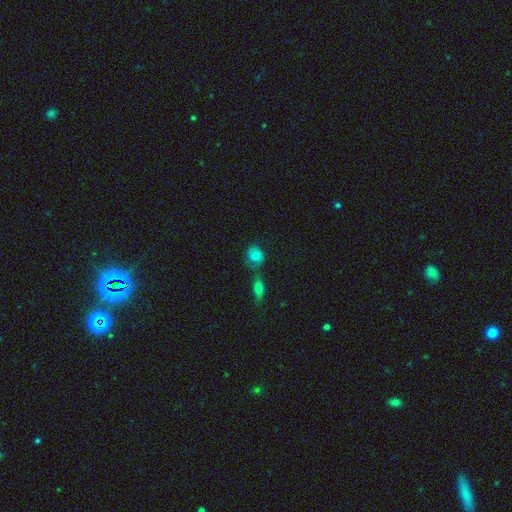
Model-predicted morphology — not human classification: The model was most divided on "merging": none: 55%, merger: 23%, minor disturbance: 16%, major disturbance: 6%. More confident: smooth or featured — smooth (78%); how rounded — round (68%).